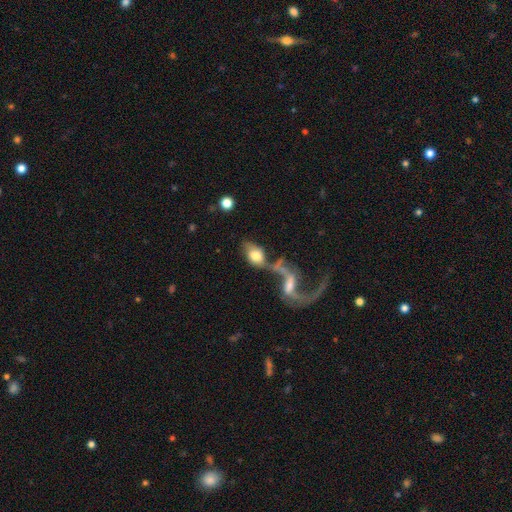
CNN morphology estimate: Smooth or featured: smooth — 56% (featured or disk — 35%)
How rounded: in between — 83% (round — 13%)
Merging: merger — 59% (none — 18%)